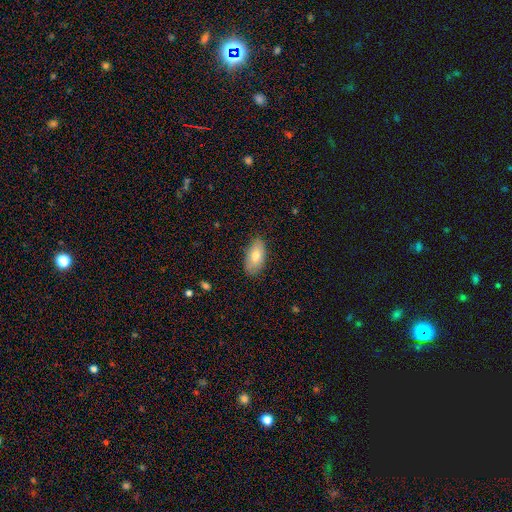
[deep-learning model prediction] A smooth galaxy with no disk features (76%) that is in between round and cigar-shaped (92%).

Vote fractions:
- Smooth or featured? smooth: 76% / featured or disk: 18% / star or artifact: 6%
- How rounded? in between: 92% / cigar-shaped: 4% / round: 3%
- Merging? none: 83% / minor disturbance: 13% / major disturbance: 2% / merger: 1%